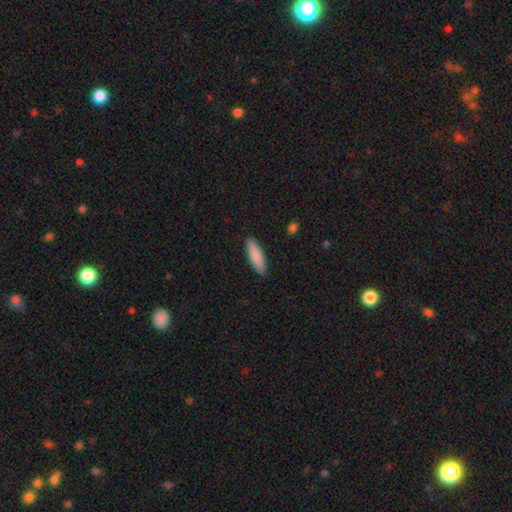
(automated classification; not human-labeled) Smooth or featured: smooth — 88% (featured or disk — 7%)
How rounded: cigar-shaped — 63% (in between — 36%)
Merging: none — 90% (minor disturbance — 7%)